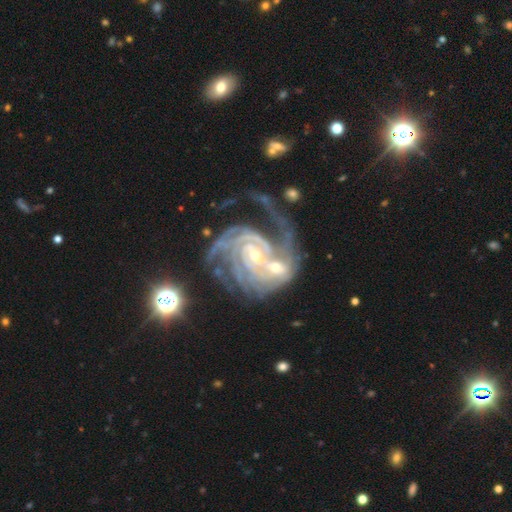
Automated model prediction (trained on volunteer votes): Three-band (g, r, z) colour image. It shows a featured or disk galaxy (91%) with a weak bar (39%), 3 (24%) tight (65%) spiral arms (98%) and a small central bulge (64%). Merging: merger (43%).